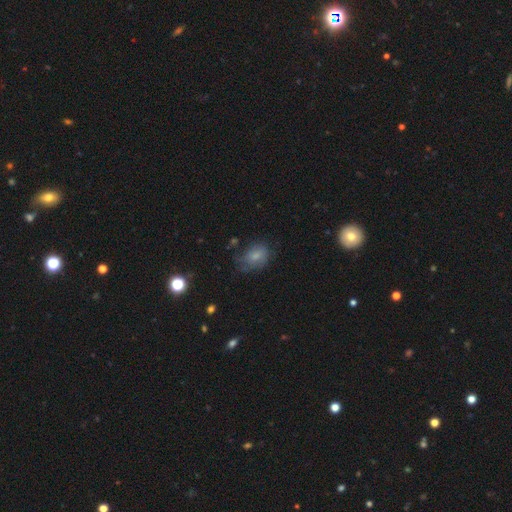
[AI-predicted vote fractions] Smooth or featured?
  - smooth: 71% *
  - featured or disk: 19%
  - star or artifact: 10%
How rounded?
  - in between: 71% *
  - round: 28%
  - cigar-shaped: 1%
Merging?
  - none: 50% *
  - minor disturbance: 32%
  - major disturbance: 16%
  - merger: 3%